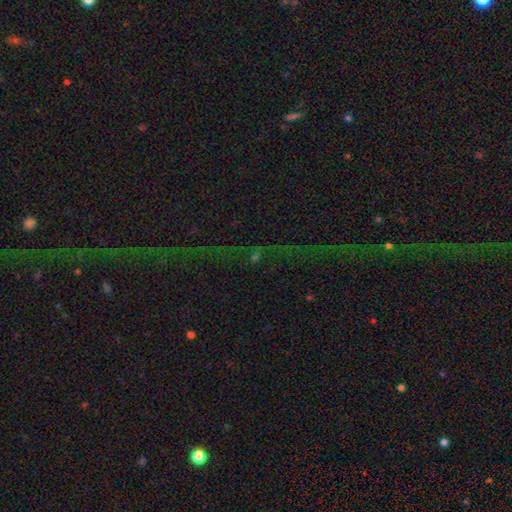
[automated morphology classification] smooth-or-featured: star or artifact: 68% | featured or disk: 18% | smooth: 14%